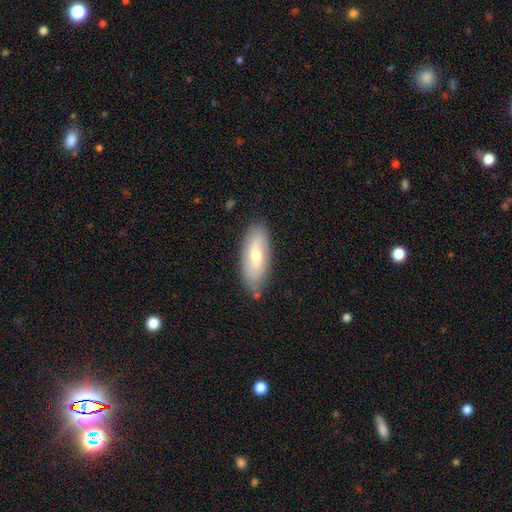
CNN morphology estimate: smooth_or_featured: smooth (p=0.52) [alt: featured or disk p=0.41]
how_rounded: in between (p=0.78) [alt: cigar-shaped p=0.20]
merging: none (p=0.80) [alt: minor disturbance p=0.15]